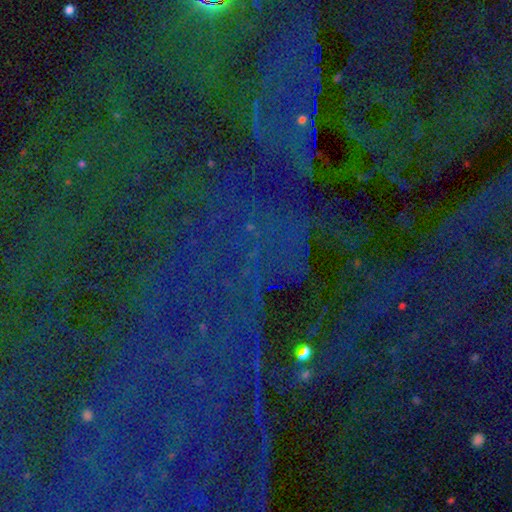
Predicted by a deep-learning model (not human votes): Smooth or featured? Predicted: star or artifact (p=0.83).